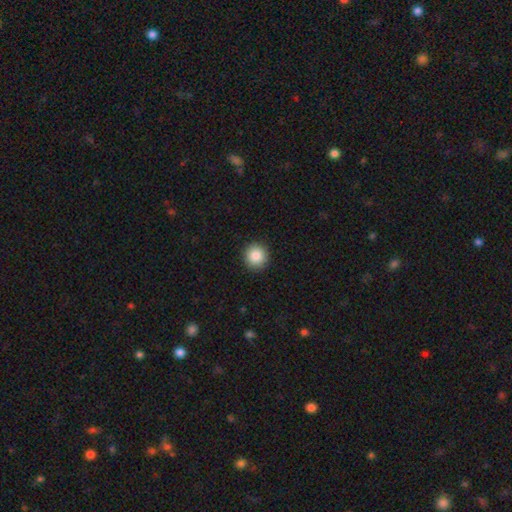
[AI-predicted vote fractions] smooth_or_featured: smooth (p=0.87) [alt: star or artifact p=0.09]
how_rounded: round (p=0.94) [alt: in between p=0.05]
merging: none (p=0.93) [alt: minor disturbance p=0.05]